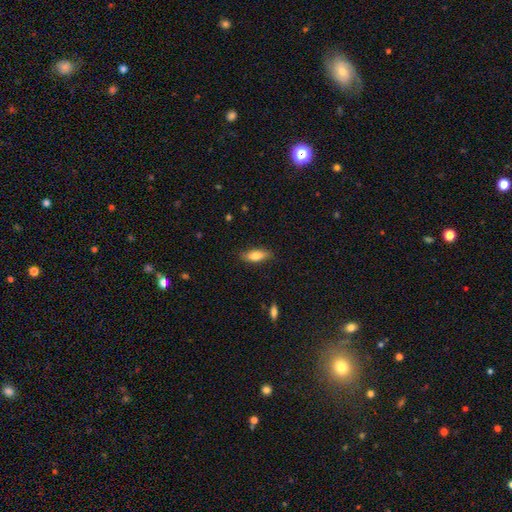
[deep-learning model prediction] This appears to be a smooth galaxy with no disk features (78%) that is in between round and cigar-shaped (71%). Merging: none (83%).